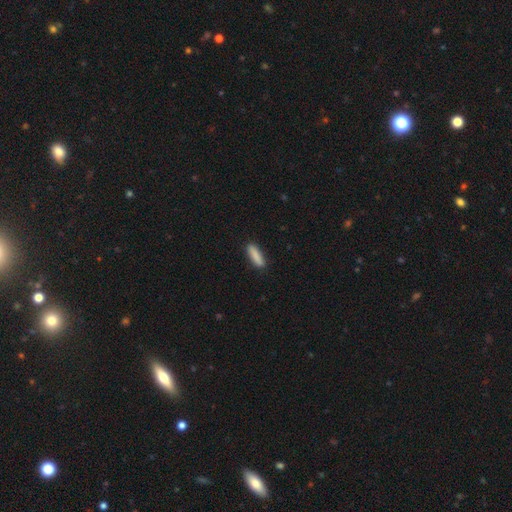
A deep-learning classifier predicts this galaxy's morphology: This appears to be a smooth galaxy with no disk features (89%) that is cigar-shaped (63%). Merging: none (89%).